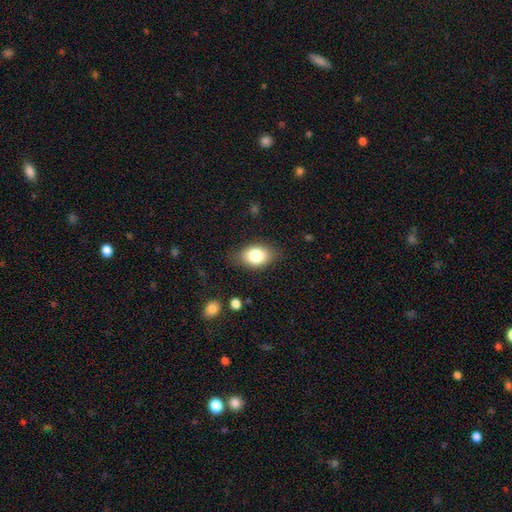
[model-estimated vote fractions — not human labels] The model was most divided on "how rounded": in between: 79%, round: 19%, cigar-shaped: 1%. More confident: smooth or featured — smooth (81%); merging — none (79%).